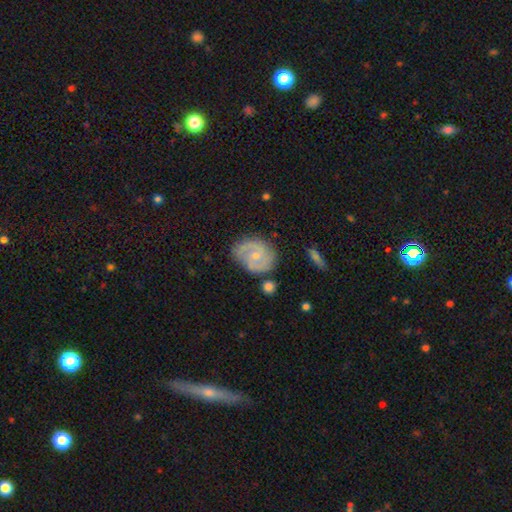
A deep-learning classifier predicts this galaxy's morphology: Smooth or featured? featured or disk (70%)
Edge-on disk? no (97%)
Bar? no (59%)
Spiral arms? yes (90%)
Spiral winding? medium (46%)
Spiral arm count? 2 (74%)
Bulge size? small (65%)
Merging? none (68%)